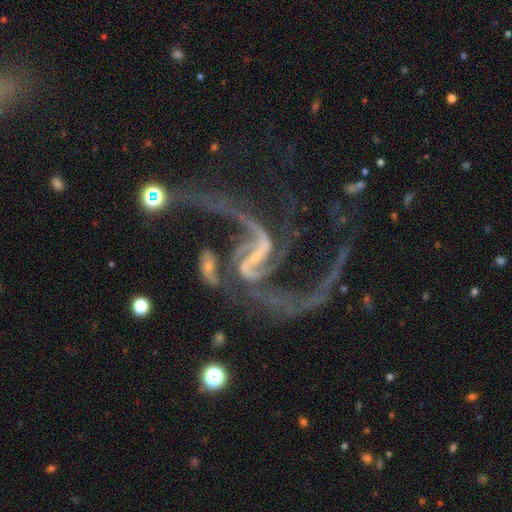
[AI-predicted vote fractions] This is clearly a featured or disk galaxy (91%). It is clearly not viewed edge-on (98%). Bar: marginally weak (41%). Spiral arm pattern: clearly yes (97%). Spiral arm count: likely 2 (65%). Spiral winding: likely loose (63%). Central bulge: likely small (63%). Merging: marginally major disturbance (39%).